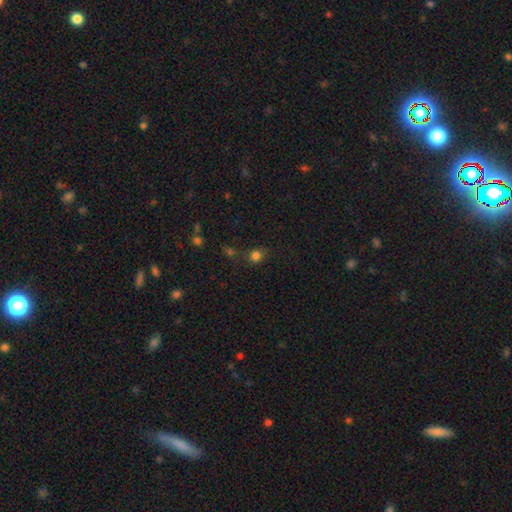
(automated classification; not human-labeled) Smooth or featured?
  - smooth: 74% *
  - star or artifact: 20%
  - featured or disk: 5%
How rounded?
  - round: 77% *
  - in between: 21%
  - cigar-shaped: 1%
Merging?
  - none: 71% *
  - minor disturbance: 14%
  - merger: 9%
  - major disturbance: 6%